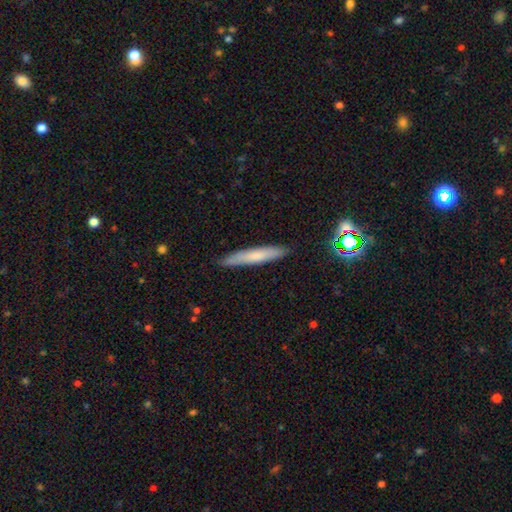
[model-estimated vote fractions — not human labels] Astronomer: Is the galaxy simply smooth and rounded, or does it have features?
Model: smooth — 68%.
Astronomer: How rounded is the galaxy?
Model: cigar-shaped — 92%.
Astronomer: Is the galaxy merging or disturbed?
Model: none — 87%.